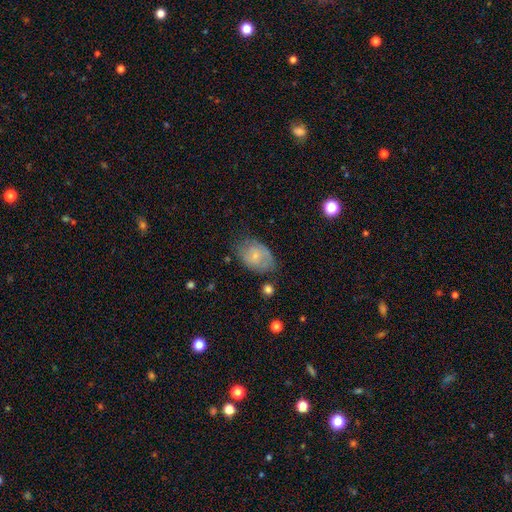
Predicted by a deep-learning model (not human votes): Smooth or featured? smooth (50%)
Merging? none (60%)